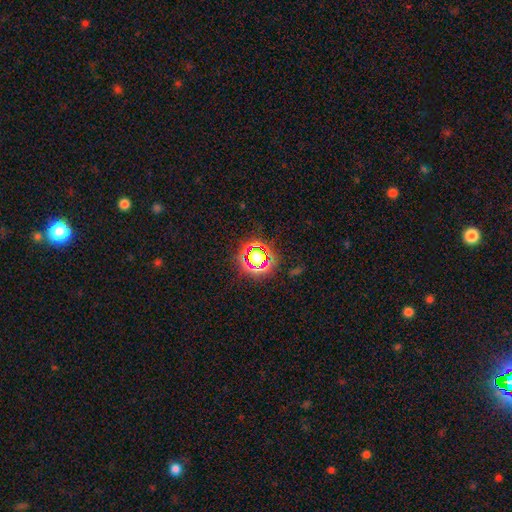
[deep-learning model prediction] Morphology: type=star or artifact (54%).